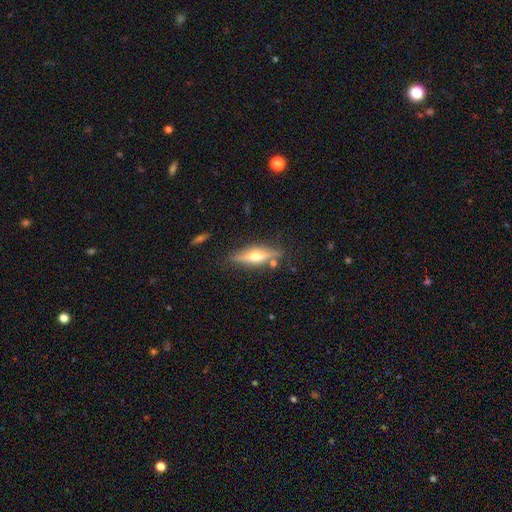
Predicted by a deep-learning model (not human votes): Smooth or featured? featured or disk (61%)
Edge-on disk? yes (93%)
Edge-on bulge? rounded (94%)
Merging? none (81%)